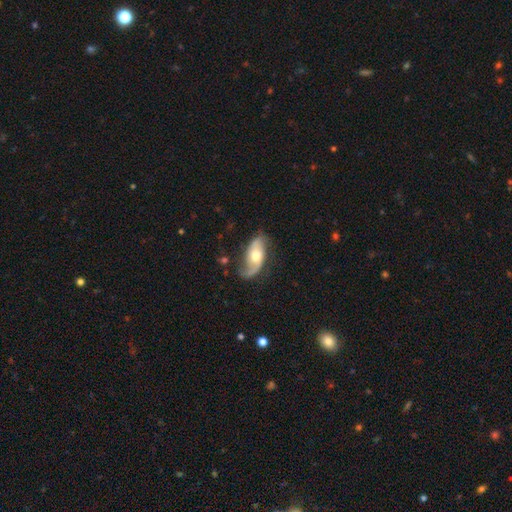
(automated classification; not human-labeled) Smooth or featured: featured or disk — 73% (smooth — 21%)
Edge-on disk: no — 92% (yes — 8%)
Bar: no — 61% (weak — 30%)
Spiral arms: yes — 92% (no — 8%)
Spiral winding: loose — 55% (medium — 33%)
Spiral arm count: 2 — 76% (1 — 16%)
Bulge size: moderate — 62% (large — 18%)
Merging: none — 63% (minor disturbance — 23%)